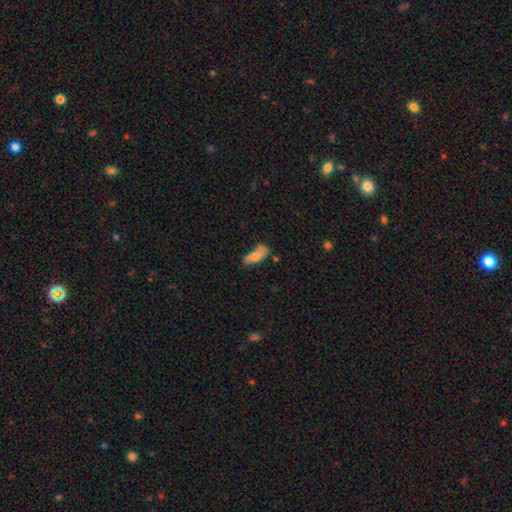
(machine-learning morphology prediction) Q: Smooth or featured?
A: smooth (75%); runner-up: featured or disk (17%)
Q: How rounded?
A: in between (79%); runner-up: cigar-shaped (19%)
Q: Merging?
A: none (51%); runner-up: minor disturbance (32%)